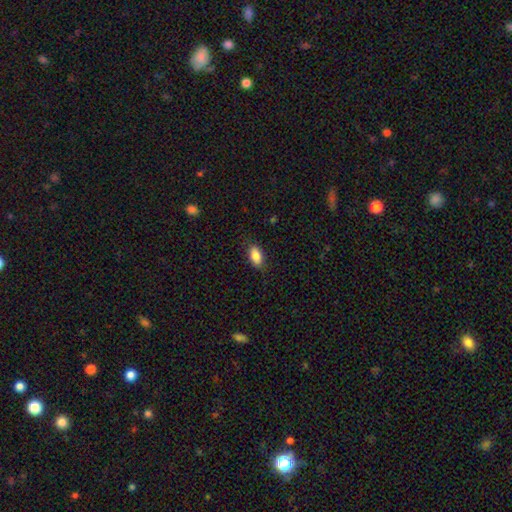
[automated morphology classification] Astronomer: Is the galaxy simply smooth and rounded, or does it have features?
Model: smooth — 84%.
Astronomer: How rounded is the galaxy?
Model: in between — 90%.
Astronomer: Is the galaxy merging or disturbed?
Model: none — 85%.